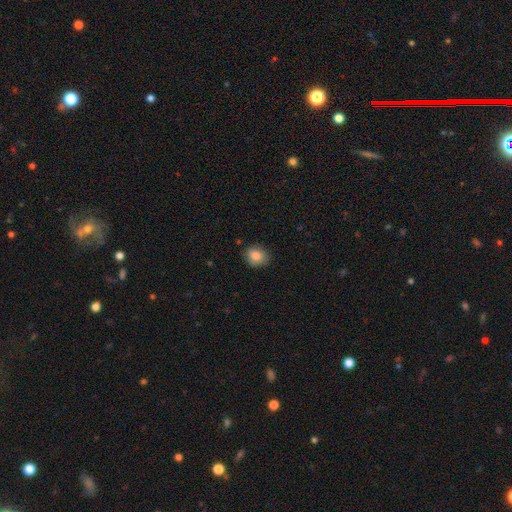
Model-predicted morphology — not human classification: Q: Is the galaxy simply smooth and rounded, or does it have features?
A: smooth — 85%.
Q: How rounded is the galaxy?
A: round — 57%.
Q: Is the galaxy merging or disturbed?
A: none — 82%.